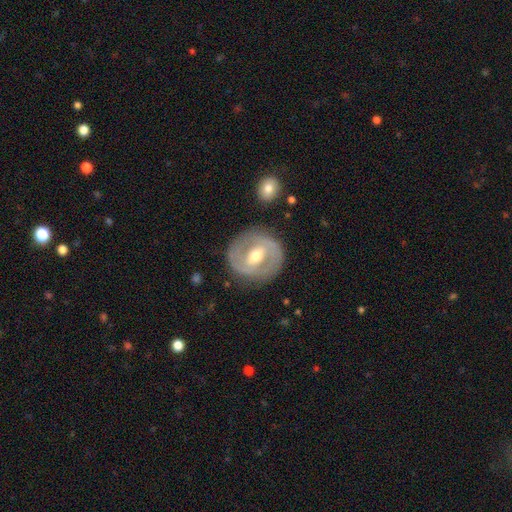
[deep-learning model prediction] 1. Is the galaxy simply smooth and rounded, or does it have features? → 77% featured or disk, 19% smooth, 5% star or artifact.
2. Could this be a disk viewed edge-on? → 97% no, 3% yes.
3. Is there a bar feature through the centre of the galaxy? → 45% weak, 32% strong, 23% no.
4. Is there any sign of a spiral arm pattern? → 71% yes, 29% no.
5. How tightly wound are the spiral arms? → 53% tight, 35% medium, 12% loose.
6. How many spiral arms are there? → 80% 2, 11% can't tell, 3% 1, 3% 3, 1% 4, 1% more than 4.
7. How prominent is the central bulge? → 74% moderate, 19% small, 5% large, 1% none, 1% dominant.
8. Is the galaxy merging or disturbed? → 83% none, 11% minor disturbance, 4% major disturbance, 2% merger.